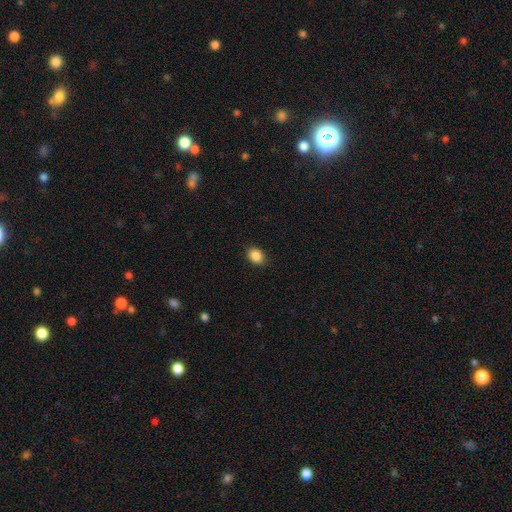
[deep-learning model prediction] A smooth galaxy with no disk features (87%) that is in between round and cigar-shaped (58%). Merging: none (88%).